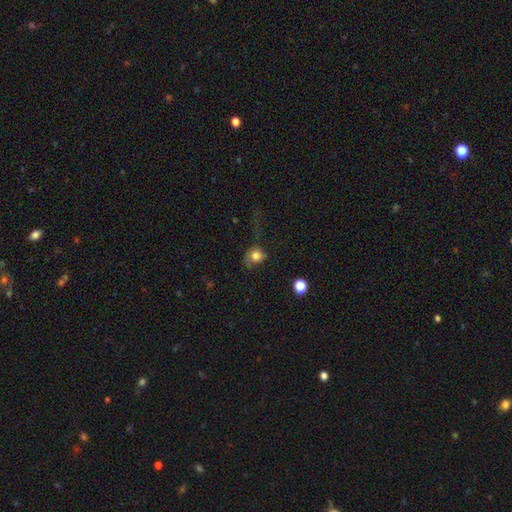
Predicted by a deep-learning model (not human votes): Overall: smooth (78%). How rounded: round (60%; in between 39%). Merging: none (35%; major disturbance 34%).